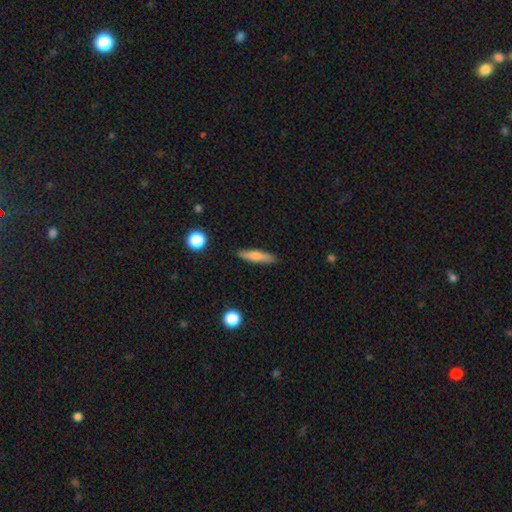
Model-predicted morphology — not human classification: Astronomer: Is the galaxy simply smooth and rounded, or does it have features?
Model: smooth — 65%.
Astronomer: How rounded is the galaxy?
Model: cigar-shaped — 81%.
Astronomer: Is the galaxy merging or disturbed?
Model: none — 88%.